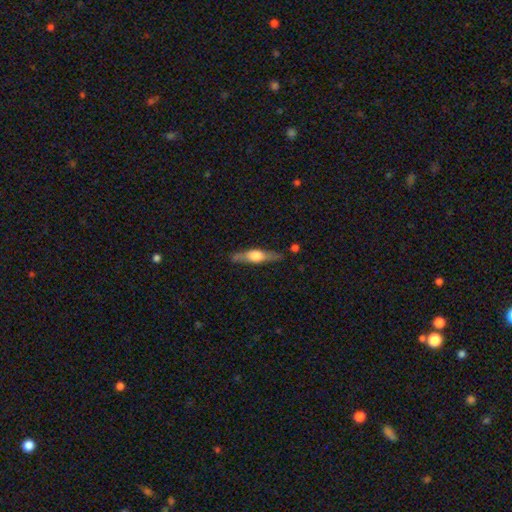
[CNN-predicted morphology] A featured or disk galaxy (61%) viewed edge-on (93%) with a rounded central bulge (89%).

Vote fractions:
- Smooth or featured? featured or disk: 61% / smooth: 33% / star or artifact: 5%
- Edge-on disk? yes: 93% / no: 7%
- Edge-on bulge? rounded: 89% / boxy: 8% / none: 3%
- Merging? none: 80% / minor disturbance: 13% / merger: 3% / major disturbance: 3%